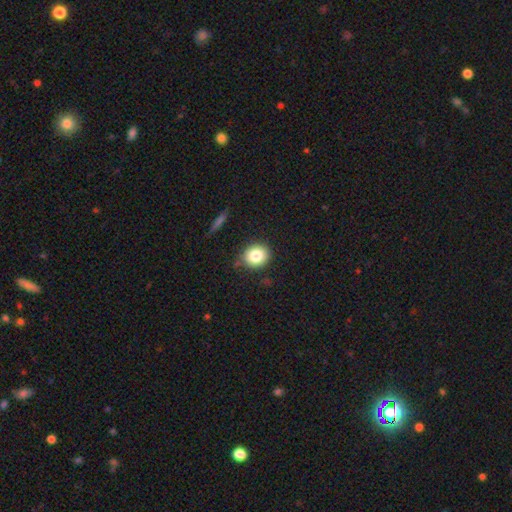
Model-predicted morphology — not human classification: Smooth or featured: smooth — 82% (star or artifact — 10%)
How rounded: round — 78% (in between — 21%)
Merging: none — 84% (minor disturbance — 11%)